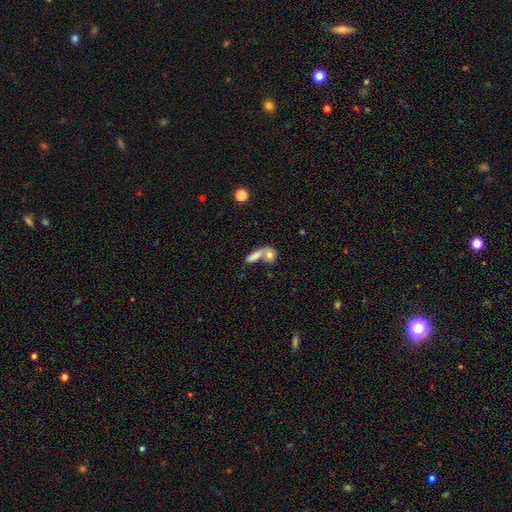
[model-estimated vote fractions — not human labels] The model was most divided on "merging": merger: 59%, none: 28%, minor disturbance: 8%, major disturbance: 5%. More confident: smooth or featured — smooth (77%); how rounded — in between (64%).